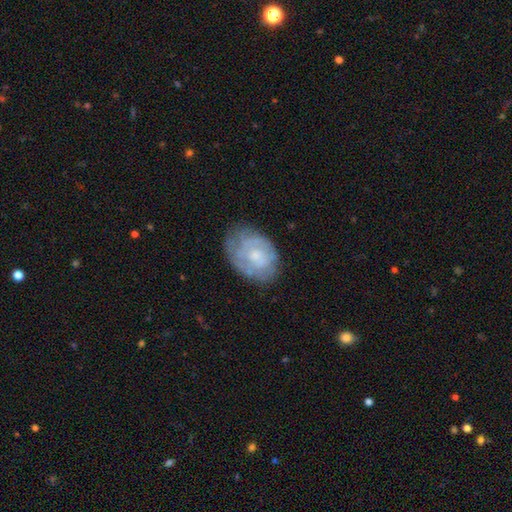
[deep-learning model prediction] This is possibly a featured or disk galaxy (58%). It is clearly not viewed edge-on (97%). Bar: likely no (79%). Spiral arm pattern: possibly yes (56%). Central bulge: marginally small (44%). Merging: likely none (64%).